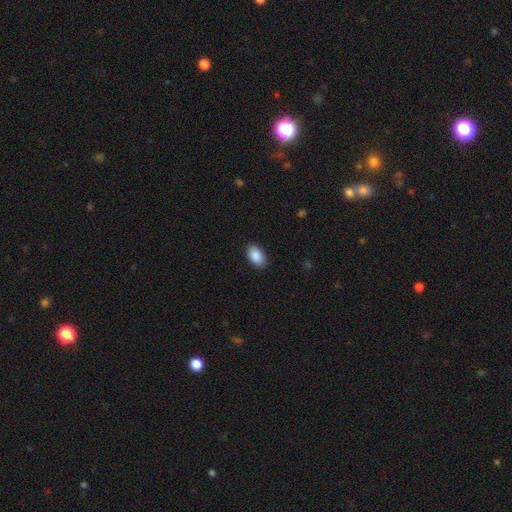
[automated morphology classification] Smooth or featured?
  - smooth: 90% *
  - star or artifact: 7%
  - featured or disk: 3%
How rounded?
  - in between: 91% *
  - round: 8%
  - cigar-shaped: 1%
Merging?
  - none: 88% *
  - minor disturbance: 9%
  - major disturbance: 2%
  - merger: 1%